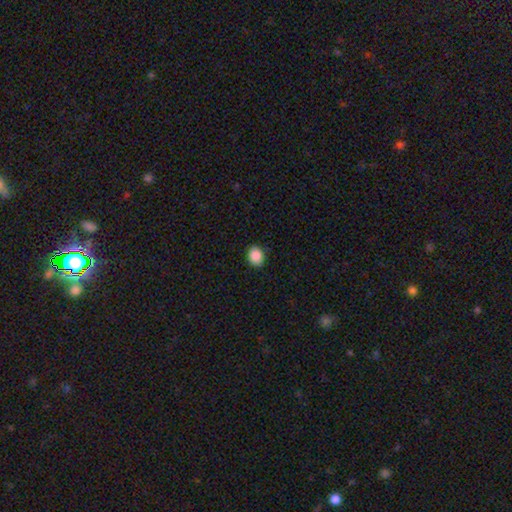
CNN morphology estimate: A smooth galaxy with no disk features (88%) that is round (50%).

Vote fractions:
- Smooth or featured? smooth: 88% / star or artifact: 8% / featured or disk: 4%
- How rounded? round: 50% / in between: 49% / cigar-shaped: 1%
- Merging? none: 89% / minor disturbance: 8% / major disturbance: 2% / merger: 1%